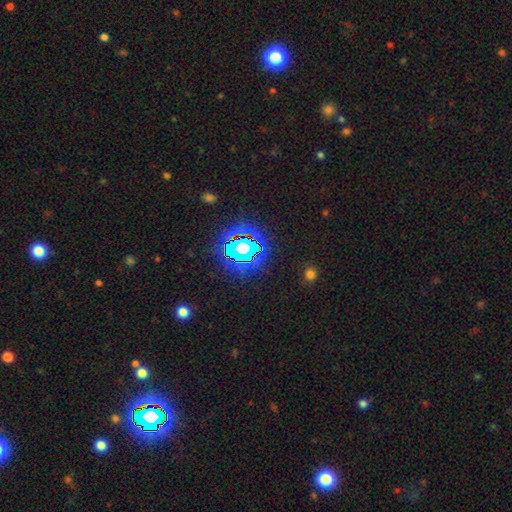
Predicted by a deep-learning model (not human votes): Smooth or featured? star or artifact (81%)